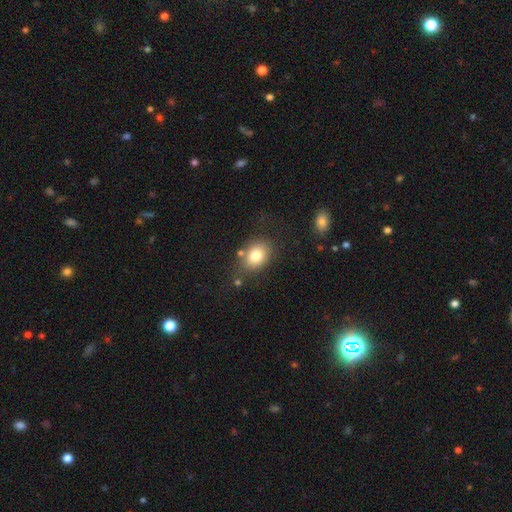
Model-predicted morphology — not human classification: A smooth galaxy with no disk features (79%) that is in between round and cigar-shaped (64%). Merging: none (73%).